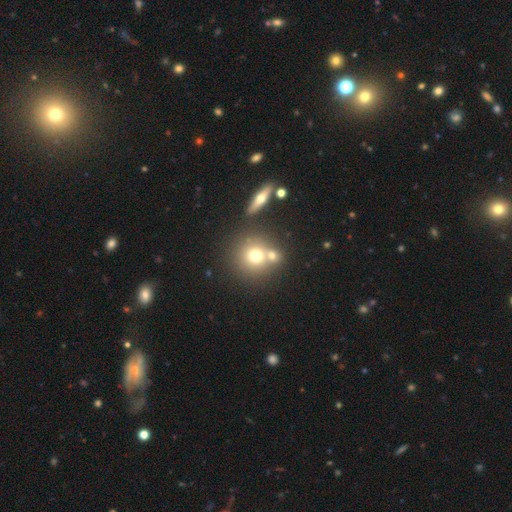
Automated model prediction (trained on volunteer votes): smooth 68%, featured or disk 19%, star or artifact 13%. Down the decision tree: how rounded — round (88%); merging — none (52%).